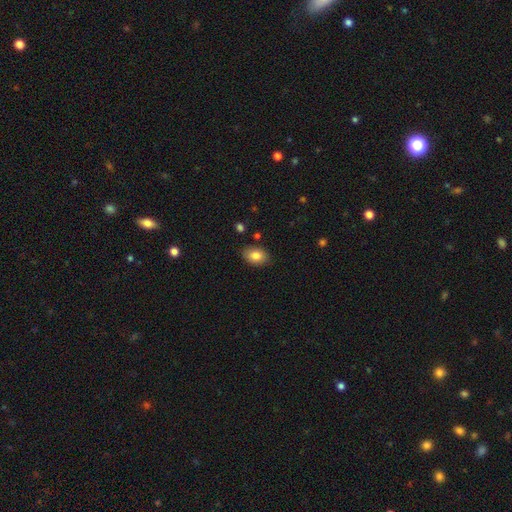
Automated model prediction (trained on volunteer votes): Morphology: type=smooth (84%); roundness=in between (86%); merging=none (85%).